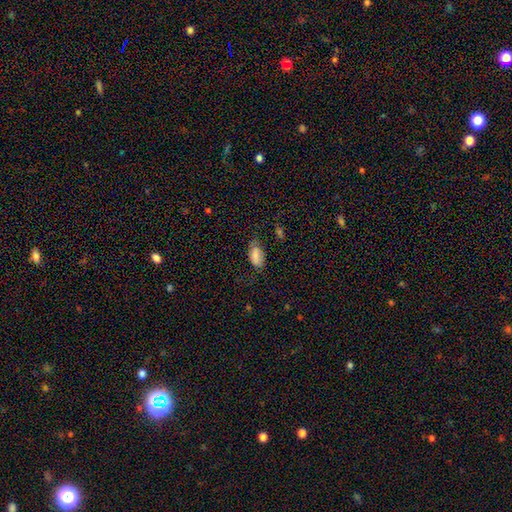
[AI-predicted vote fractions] Overall: smooth (79%). How rounded: in between (92%). Merging: none (58%; minor disturbance 29%).